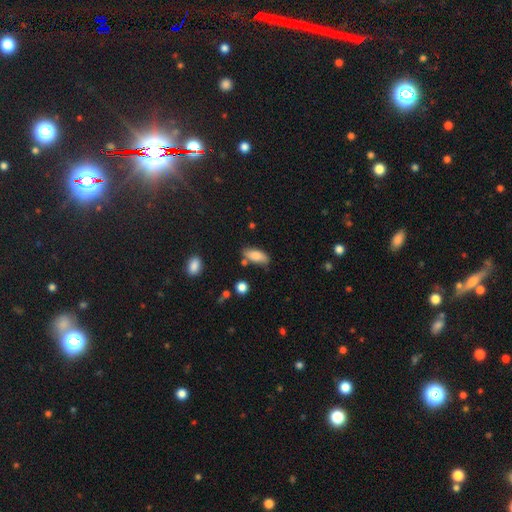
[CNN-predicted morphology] Smooth or featured? smooth (81%)
How rounded? in between (80%)
Merging? none (69%)